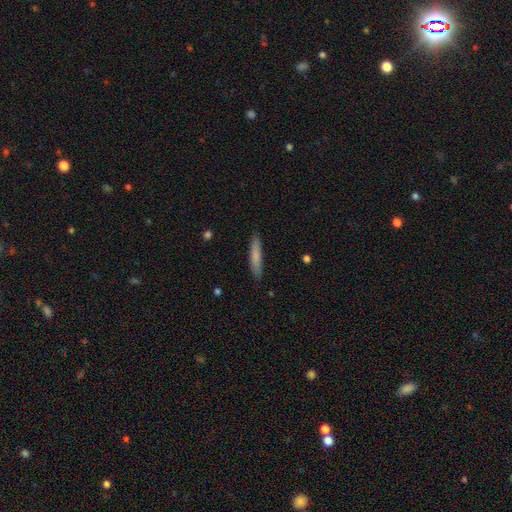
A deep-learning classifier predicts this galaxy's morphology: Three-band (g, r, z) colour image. It shows a smooth galaxy with no disk features (78%) that is cigar-shaped (91%). Merging: none (88%).